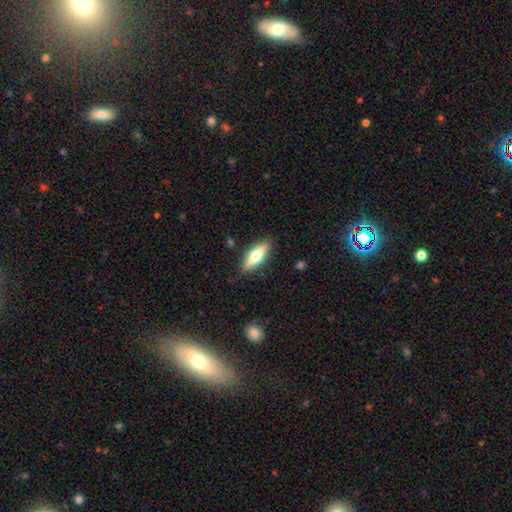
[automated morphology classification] smooth-or-featured: smooth: 62% | featured or disk: 32% | star or artifact: 6%
  how-rounded: in between: 59% | cigar-shaped: 38% | round: 2%
  merging: none: 86% | minor disturbance: 10% | major disturbance: 2% | merger: 1%